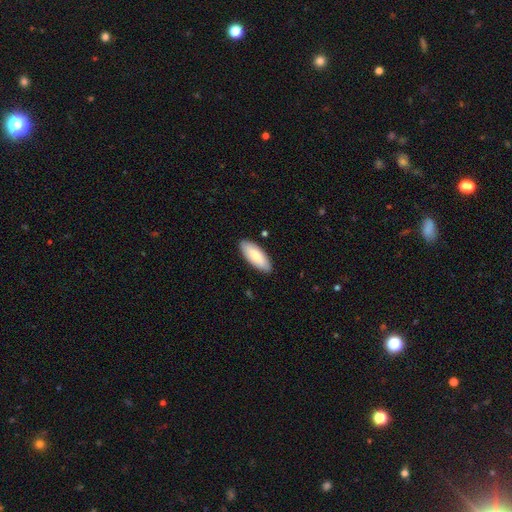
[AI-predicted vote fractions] Smooth or featured? Predicted: smooth (p=0.79). How rounded? Predicted: in between (p=0.79). Merging? Predicted: none (p=0.87).